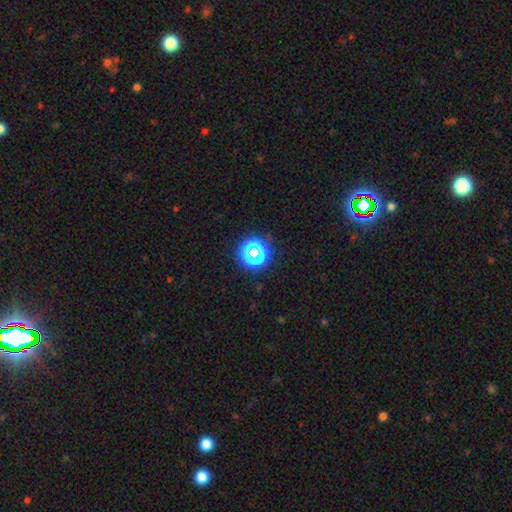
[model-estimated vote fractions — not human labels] smooth_or_featured: star or artifact (p=0.59) [alt: smooth p=0.31]